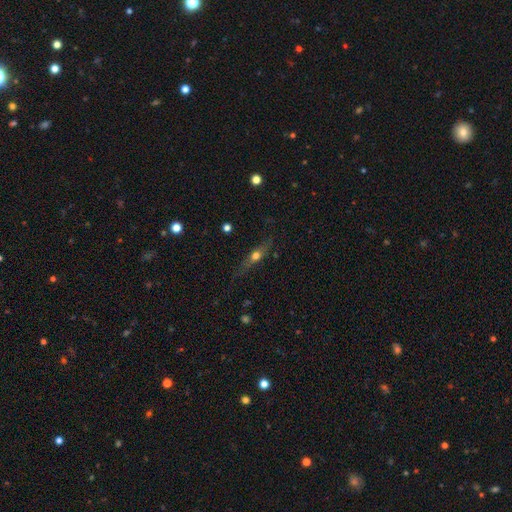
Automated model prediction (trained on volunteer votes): This appears to be a featured or disk galaxy (52%) viewed edge-on (87%). Merging: none (74%).